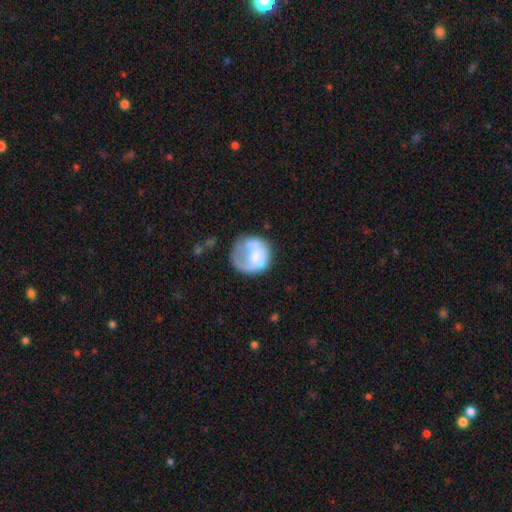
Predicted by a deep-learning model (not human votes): A smooth galaxy with no disk features (53%) that is round (82%). Merging: none (43%).